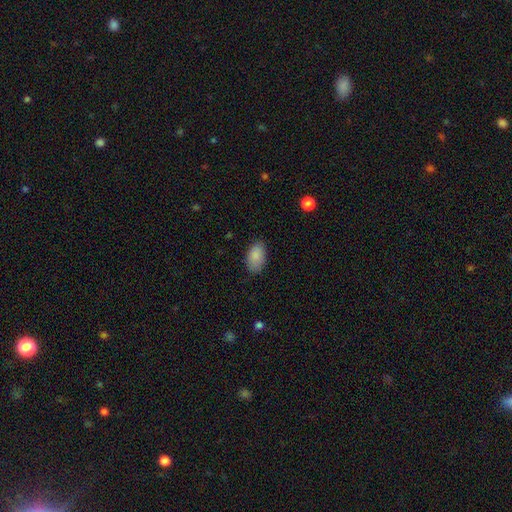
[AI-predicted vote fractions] smooth_or_featured: smooth (p=0.88) [alt: star or artifact p=0.07]
how_rounded: in between (p=0.93) [alt: round p=0.05]
merging: none (p=0.80) [alt: minor disturbance p=0.16]